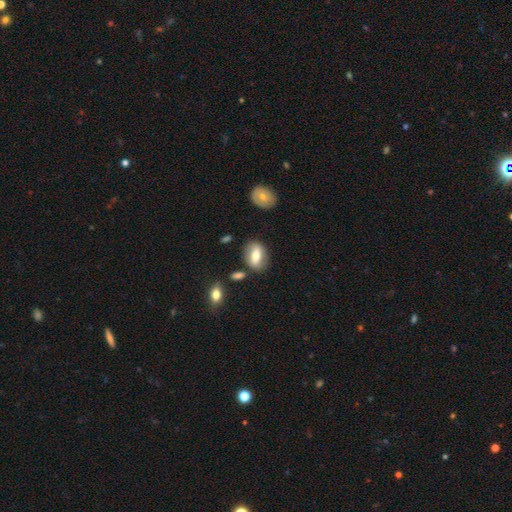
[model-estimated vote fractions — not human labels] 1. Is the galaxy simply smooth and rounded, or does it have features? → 60% smooth, 32% featured or disk, 7% star or artifact.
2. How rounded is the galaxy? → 79% in between, 16% round, 5% cigar-shaped.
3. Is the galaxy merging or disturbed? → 76% none, 14% minor disturbance, 6% merger, 4% major disturbance.